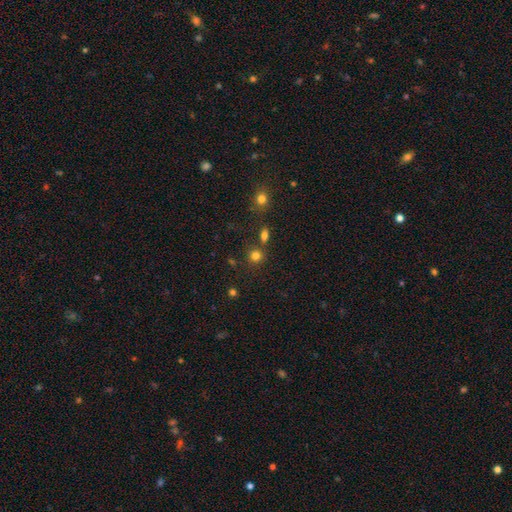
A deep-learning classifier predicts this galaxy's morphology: Overall: smooth (79%). How rounded: round (87%). Merging: none (76%).